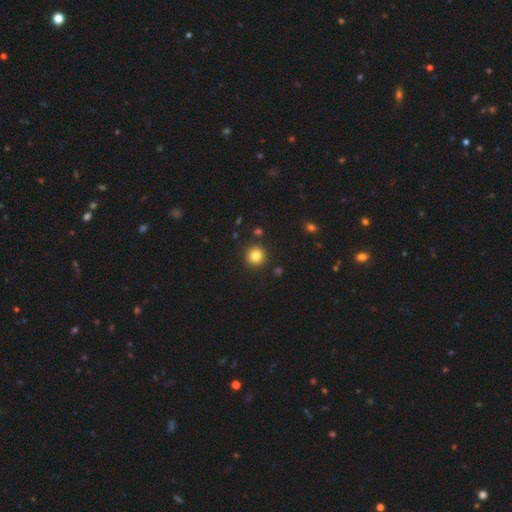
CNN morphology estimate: Smooth or featured? Predicted: smooth (p=0.83). How rounded? Predicted: round (p=0.94). Merging? Predicted: none (p=0.91).